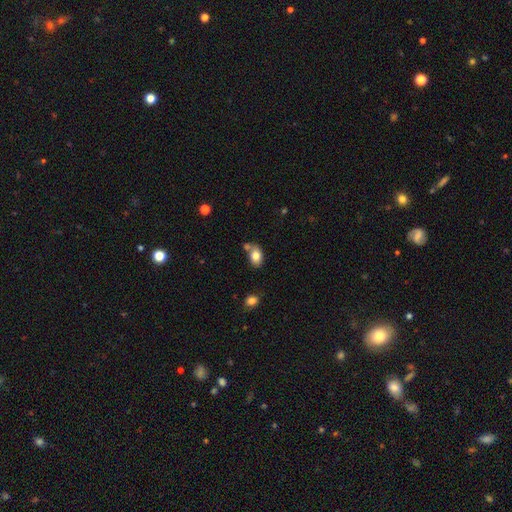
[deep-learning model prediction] Q: Smooth or featured?
A: smooth (79%); runner-up: featured or disk (12%)
Q: How rounded?
A: in between (84%); runner-up: round (15%)
Q: Merging?
A: none (59%); runner-up: merger (19%)